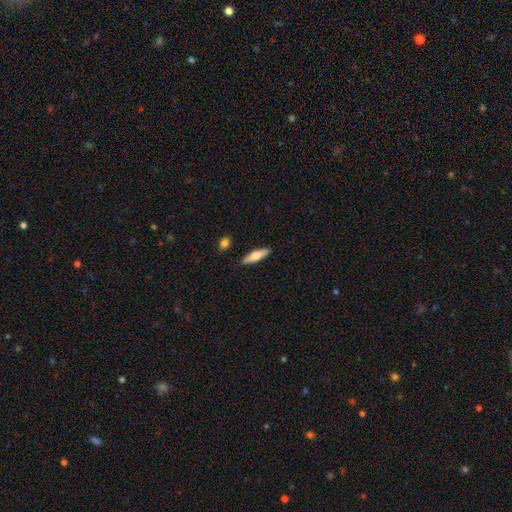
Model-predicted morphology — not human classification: smooth_or_featured: smooth (p=0.63) [alt: featured or disk p=0.31]
how_rounded: cigar-shaped (p=0.67) [alt: in between p=0.31]
merging: none (p=0.86) [alt: minor disturbance p=0.10]